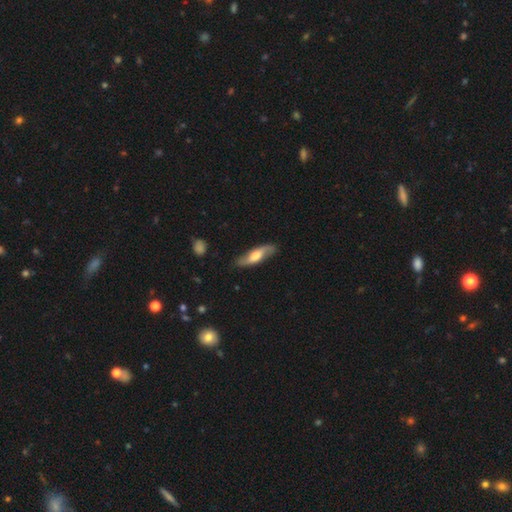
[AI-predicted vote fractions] A featured or disk galaxy (59%).

Vote fractions:
- Smooth or featured? featured or disk: 59% / smooth: 36% / star or artifact: 5%
- Edge-on disk? no: 67% / yes: 33%
- Merging? none: 79% / minor disturbance: 16% / major disturbance: 4% / merger: 2%